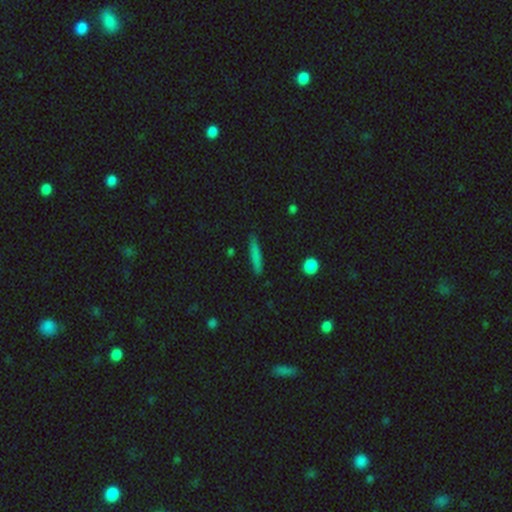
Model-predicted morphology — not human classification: The model was most divided on "smooth or featured": smooth: 75%, featured or disk: 17%, star or artifact: 8%. More confident: how rounded — cigar-shaped (91%); merging — none (84%).